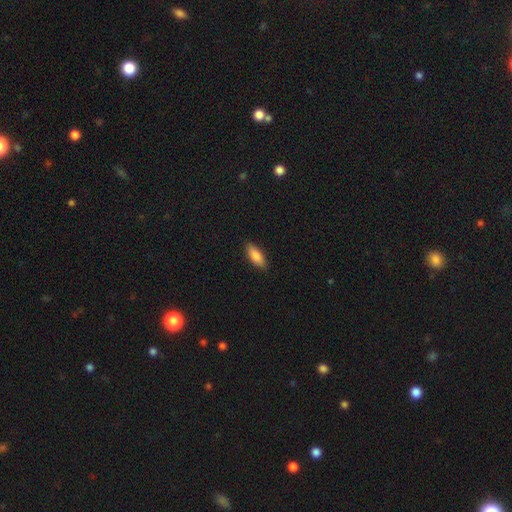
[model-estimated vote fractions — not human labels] Smooth or featured? smooth (86%)
How rounded? in between (75%)
Merging? none (88%)